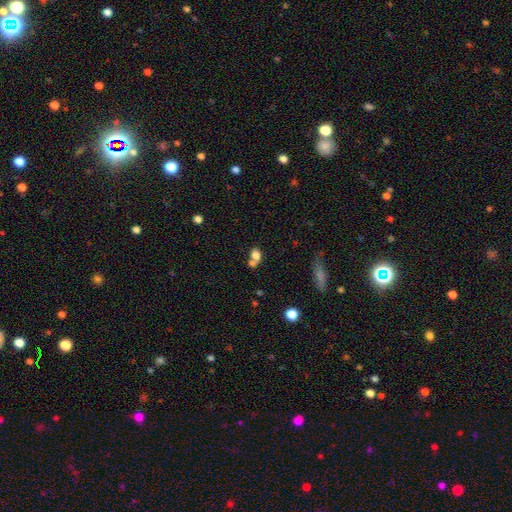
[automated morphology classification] This appears to be a smooth galaxy with no disk features (76%) that is in between round and cigar-shaped (59%). Merging: merger (51%).